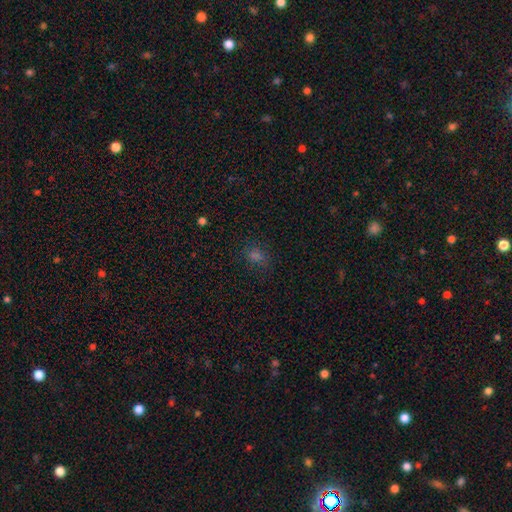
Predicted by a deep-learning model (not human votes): Smooth or featured? smooth (63%)
How rounded? round (52%)
Merging? none (79%)